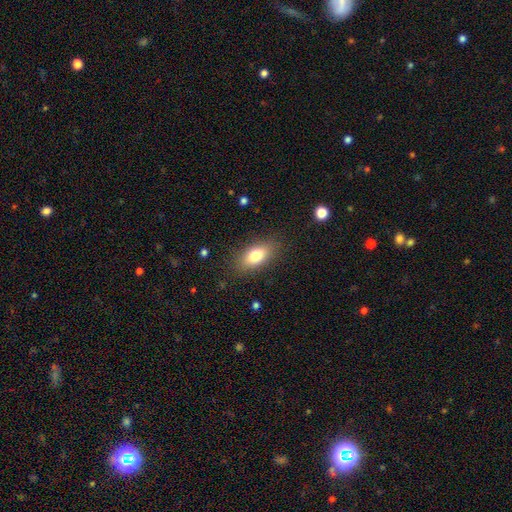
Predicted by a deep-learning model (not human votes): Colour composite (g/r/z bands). It shows a smooth galaxy with no disk features (79%) that is in between round and cigar-shaped (86%). Merging: none (85%).